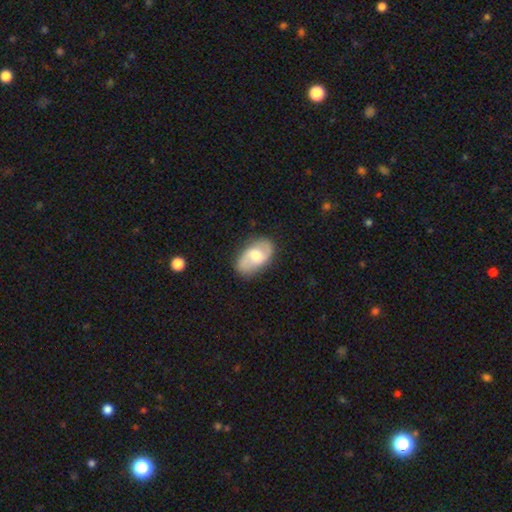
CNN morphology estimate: Smooth or featured? Predicted: featured or disk (p=0.58). Edge-on disk? Predicted: no (p=0.95). Bar? Predicted: weak (p=0.48). Spiral arms? Predicted: yes (p=0.81). Bulge size? Predicted: moderate (p=0.60). Merging? Predicted: none (p=0.79).